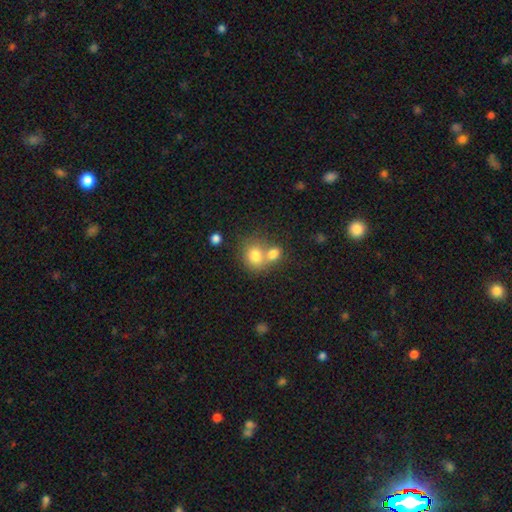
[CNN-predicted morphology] type=smooth (78%); roundness=round (67%); merging=merger (54%).